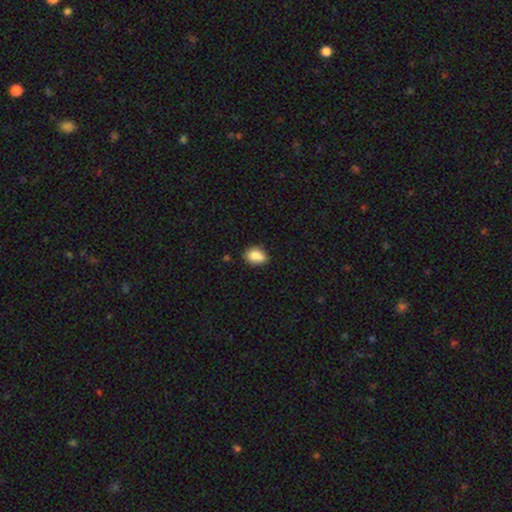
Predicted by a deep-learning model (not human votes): A smooth galaxy with no disk features (83%) that is in between round and cigar-shaped (68%). Merging: none (64%).